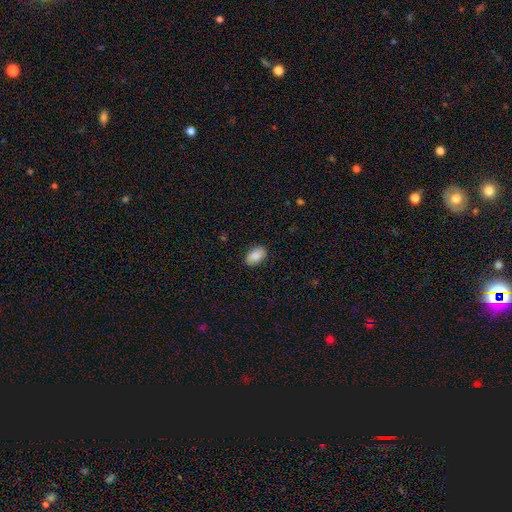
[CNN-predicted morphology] smooth-or-featured: smooth: 84% | featured or disk: 9% | star or artifact: 7%
  how-rounded: in between: 91% | round: 7% | cigar-shaped: 1%
  merging: none: 87% | minor disturbance: 10% | major disturbance: 2% | merger: 1%